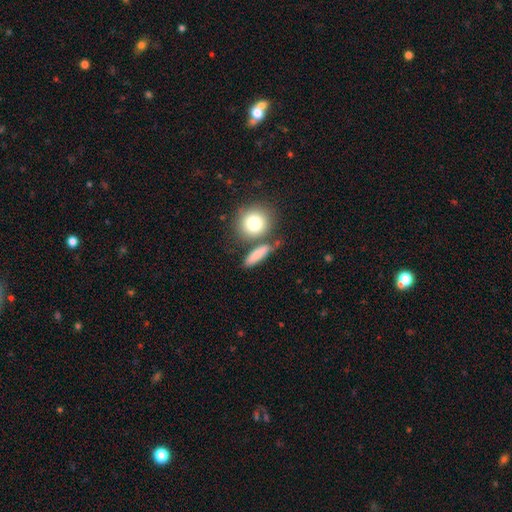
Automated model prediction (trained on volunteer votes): Smooth or featured: smooth — 82% (featured or disk — 11%)
How rounded: in between — 42% (cigar-shaped — 33%)
Merging: none — 66% (merger — 15%)